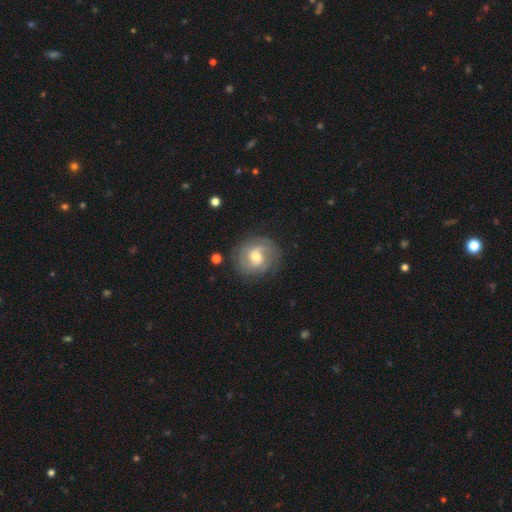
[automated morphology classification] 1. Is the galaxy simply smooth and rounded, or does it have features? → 80% featured or disk, 14% smooth, 6% star or artifact.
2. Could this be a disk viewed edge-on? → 98% no, 2% yes.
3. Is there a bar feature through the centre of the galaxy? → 47% weak, 41% no, 12% strong.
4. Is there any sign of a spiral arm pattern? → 93% yes, 7% no.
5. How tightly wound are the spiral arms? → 61% tight, 31% medium, 8% loose.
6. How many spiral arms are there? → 54% 2, 20% can't tell, 15% 3, 4% 1, 4% 4, 3% more than 4.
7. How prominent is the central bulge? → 69% moderate, 22% small, 7% large, 1% none, 1% dominant.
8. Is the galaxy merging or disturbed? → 81% none, 13% minor disturbance, 5% major disturbance, 1% merger.